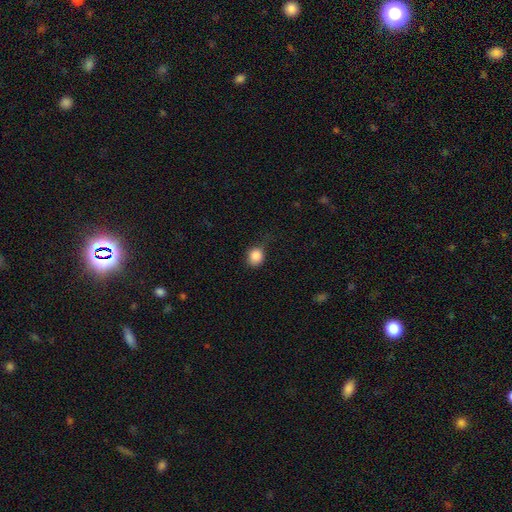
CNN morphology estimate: Smooth or featured?
  - smooth: 85% *
  - star or artifact: 10%
  - featured or disk: 5%
How rounded?
  - round: 75% *
  - in between: 24%
  - cigar-shaped: 1%
Merging?
  - none: 64% *
  - minor disturbance: 27%
  - major disturbance: 7%
  - merger: 2%